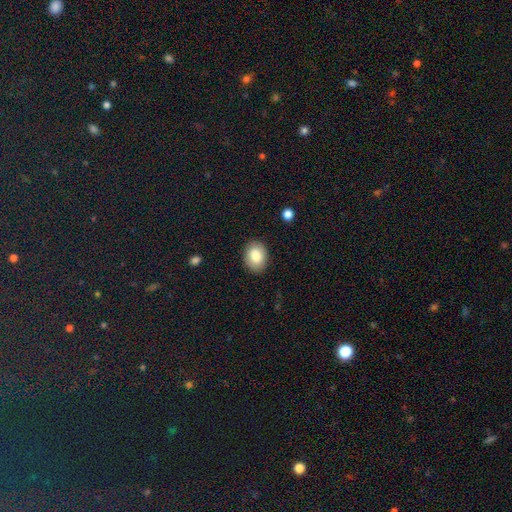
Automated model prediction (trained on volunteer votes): Smooth or featured: smooth — 83% (featured or disk — 10%)
How rounded: in between — 64% (round — 35%)
Merging: none — 88% (minor disturbance — 8%)